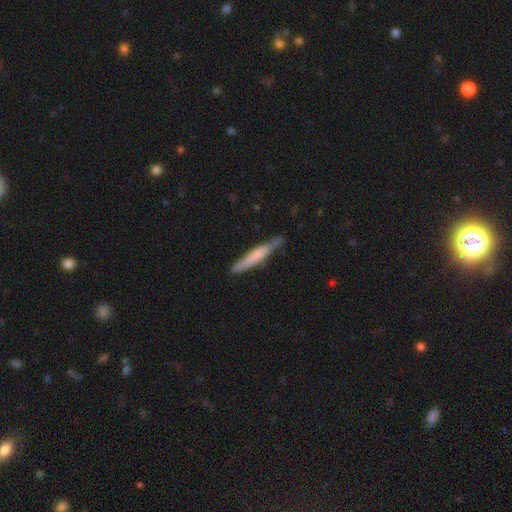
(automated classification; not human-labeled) Smooth or featured: smooth — 56% (featured or disk — 39%)
How rounded: cigar-shaped — 94% (in between — 5%)
Merging: none — 76% (minor disturbance — 19%)